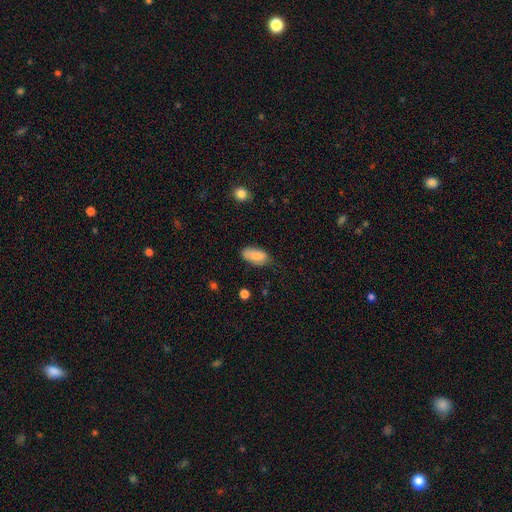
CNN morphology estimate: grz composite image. It shows a smooth galaxy with no disk features (83%) that is in between round and cigar-shaped (93%). Merging: none (71%).